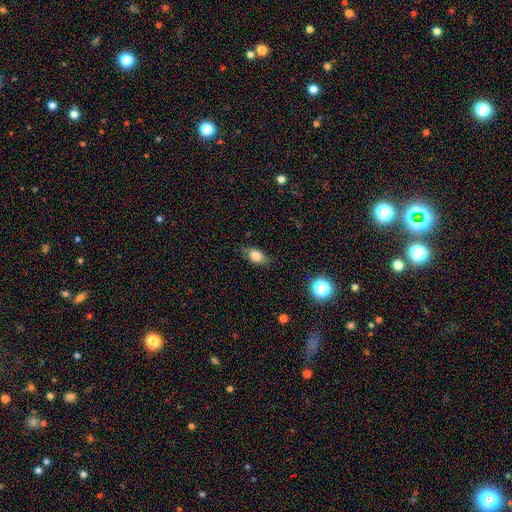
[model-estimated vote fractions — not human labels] This appears to be a smooth galaxy with no disk features (78%) that is in between round and cigar-shaped (82%). Merging: none (74%).